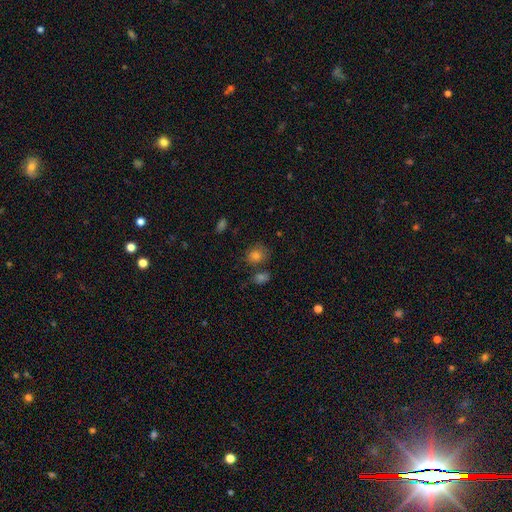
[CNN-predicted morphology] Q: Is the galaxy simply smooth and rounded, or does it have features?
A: smooth — 76%.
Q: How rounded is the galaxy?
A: round — 70%.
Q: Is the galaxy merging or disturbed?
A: none — 67%.